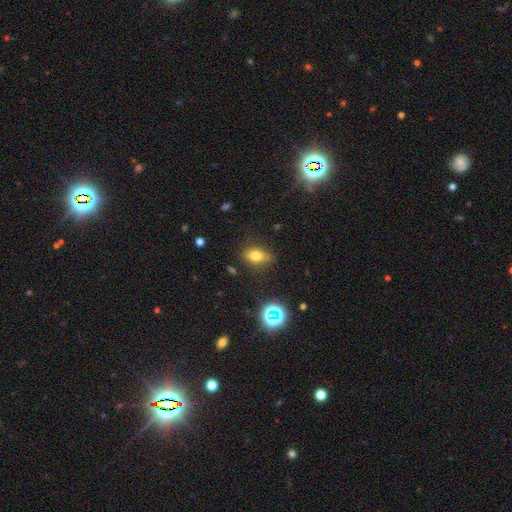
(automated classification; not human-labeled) This is likely a smooth galaxy (72%). How rounded: likely in between (79%). Merging: clearly none (80%).